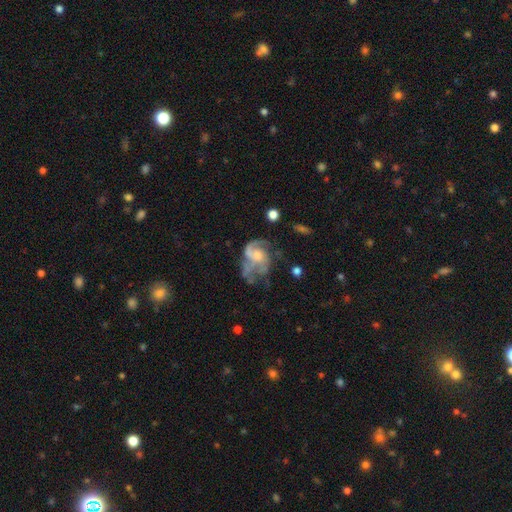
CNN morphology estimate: This appears to be a featured or disk galaxy (75%) with no bar (68%), 2 (44%) medium (44%) spiral arms (82%) and a moderate central bulge (39%). Merging: major disturbance (39%).